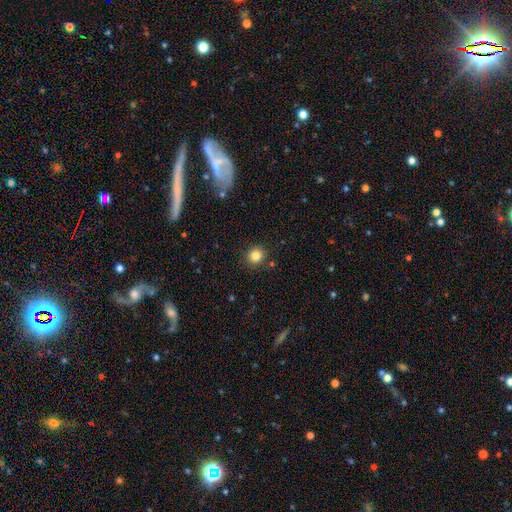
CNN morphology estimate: Smooth or featured? Predicted: smooth (p=0.83). How rounded? Predicted: round (p=0.87). Merging? Predicted: none (p=0.88).